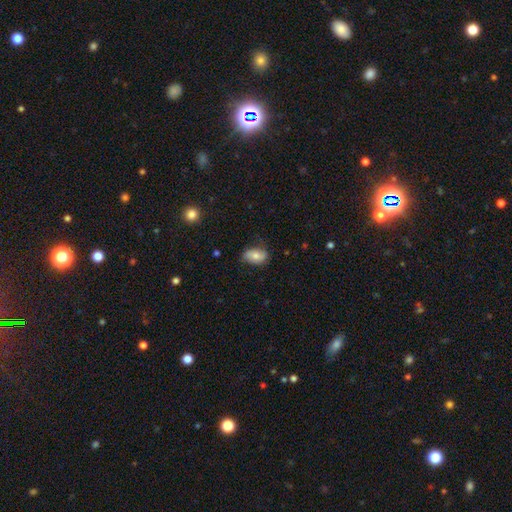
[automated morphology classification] A smooth galaxy with no disk features (72%) that is in between round and cigar-shaped (88%). Merging: none (64%).